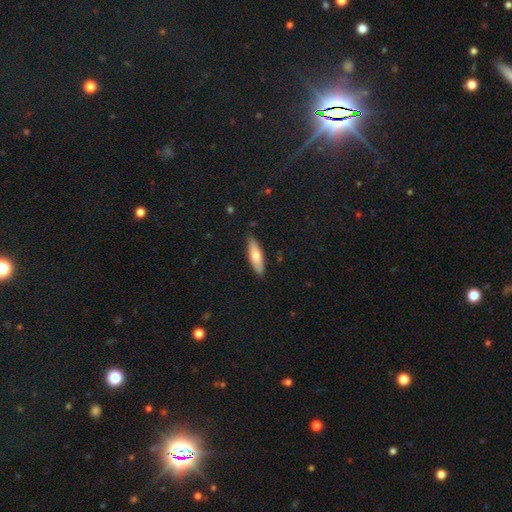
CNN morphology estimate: A smooth galaxy with no disk features (66%) that is cigar-shaped (56%).

Vote fractions:
- Smooth or featured? smooth: 66% / featured or disk: 28% / star or artifact: 6%
- How rounded? cigar-shaped: 56% / in between: 42% / round: 2%
- Merging? none: 88% / minor disturbance: 9% / major disturbance: 2% / merger: 1%